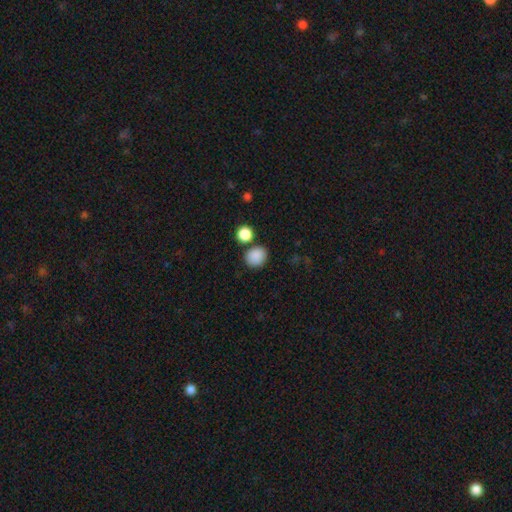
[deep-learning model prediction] Overall: smooth (87%). How rounded: round (75%). Merging: none (77%).